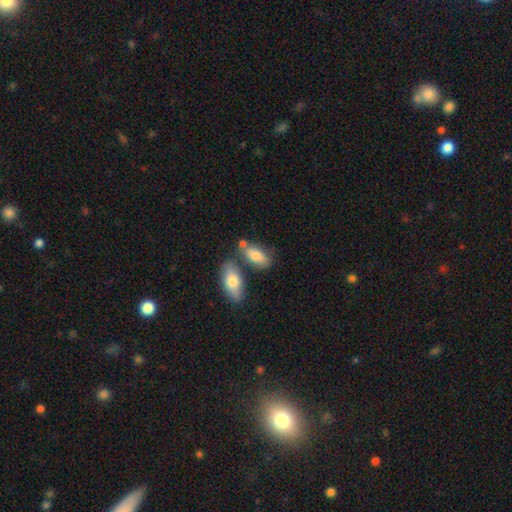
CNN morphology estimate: Smooth or featured? smooth (78%)
How rounded? in between (87%)
Merging? none (55%)